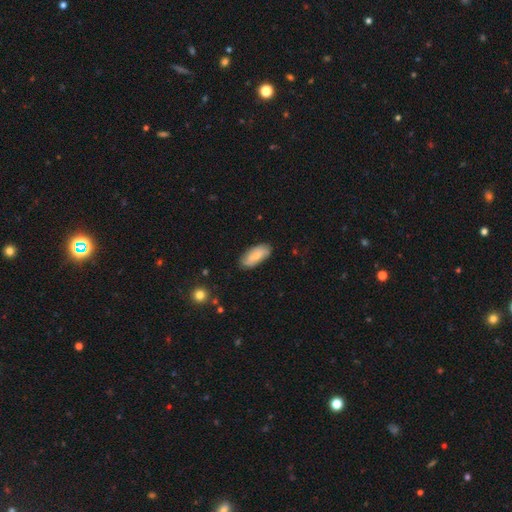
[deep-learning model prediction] This is likely a smooth galaxy (63%). How rounded: clearly in between (86%). Merging: likely none (77%).